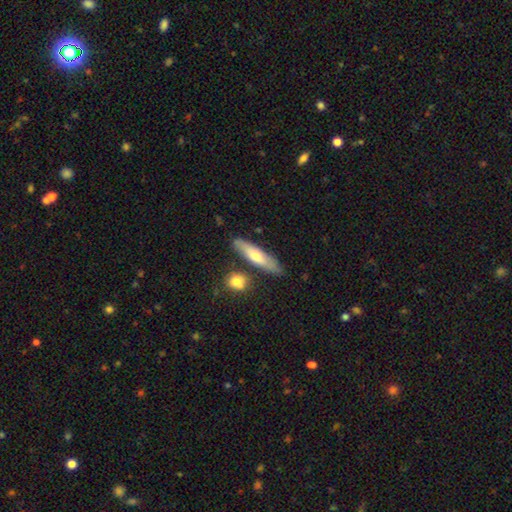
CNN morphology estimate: type=smooth (55%); roundness=cigar-shaped (78%); merging=none (77%).